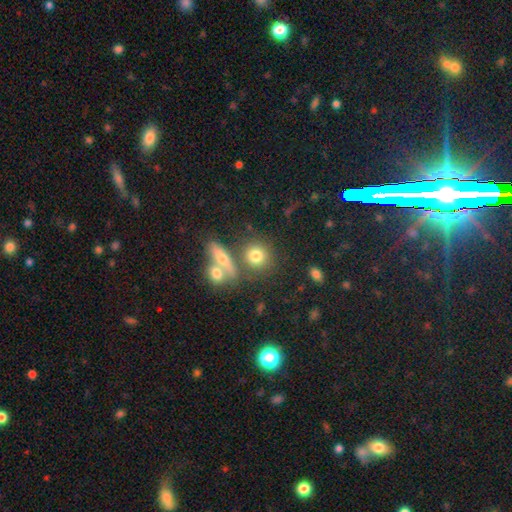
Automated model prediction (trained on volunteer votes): Q: Smooth or featured?
A: smooth (75%); runner-up: featured or disk (13%)
Q: How rounded?
A: round (78%); runner-up: in between (18%)
Q: Merging?
A: none (63%); runner-up: merger (22%)